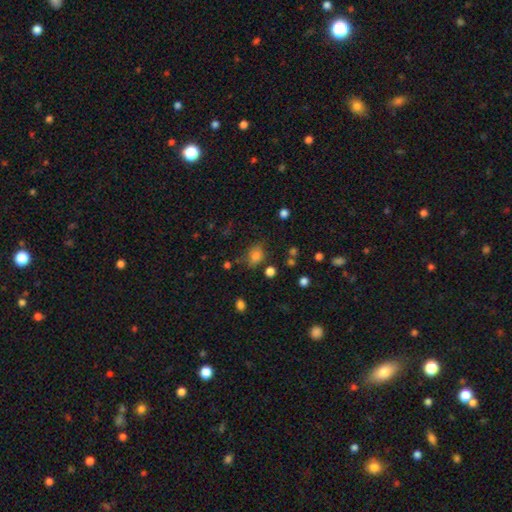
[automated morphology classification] Smooth or featured?
  - smooth: 78% *
  - star or artifact: 14%
  - featured or disk: 8%
How rounded?
  - in between: 51% *
  - round: 48%
  - cigar-shaped: 1%
Merging?
  - none: 64% *
  - minor disturbance: 22%
  - major disturbance: 9%
  - merger: 5%